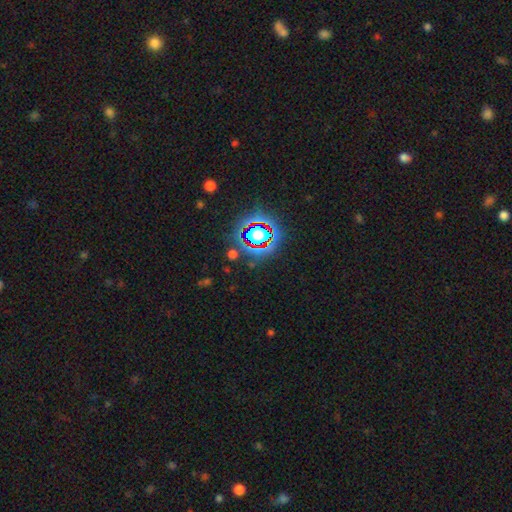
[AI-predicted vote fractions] This appears to be a star or artifact, not a galaxy (79%).